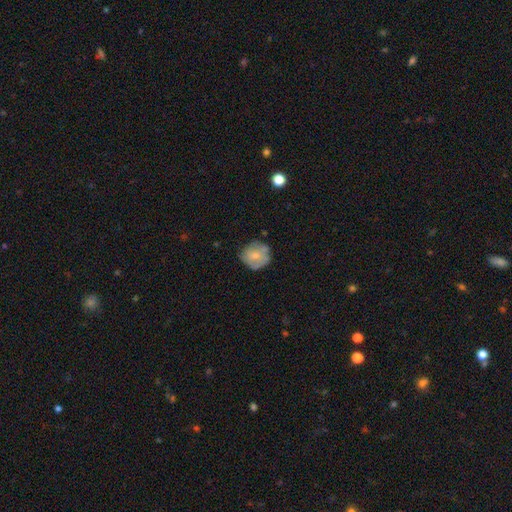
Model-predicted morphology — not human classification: This appears to be a smooth galaxy with no disk features (60%) that is round (84%). Merging: none (67%).